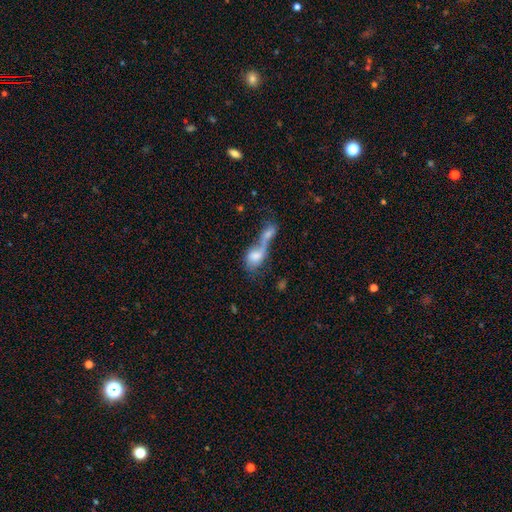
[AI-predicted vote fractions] Smooth or featured: smooth — 61% (featured or disk — 28%)
How rounded: in between — 66% (round — 24%)
Merging: merger — 72% (major disturbance — 11%)